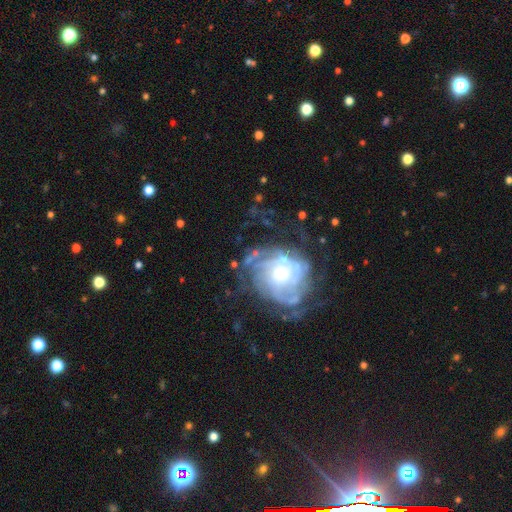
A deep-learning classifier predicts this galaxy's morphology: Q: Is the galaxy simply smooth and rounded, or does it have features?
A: featured or disk — 83%.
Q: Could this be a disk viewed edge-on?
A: no — 97%.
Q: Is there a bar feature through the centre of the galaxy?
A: no — 74%.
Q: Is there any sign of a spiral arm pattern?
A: yes — 88%.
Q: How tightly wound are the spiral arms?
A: tight — 65%.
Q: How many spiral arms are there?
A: can't tell — 48%.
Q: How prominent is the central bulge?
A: moderate — 53%.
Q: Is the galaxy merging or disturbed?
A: none — 59%.